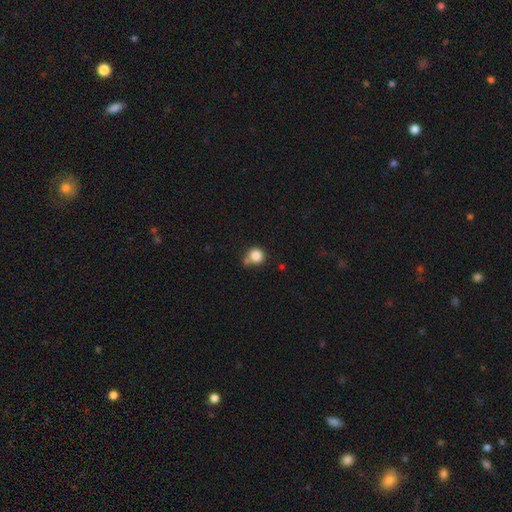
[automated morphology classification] The model was most divided on "merging": none: 61%, merger: 21%, minor disturbance: 13%, major disturbance: 5%. More confident: how rounded — round (90%); smooth or featured — smooth (85%).